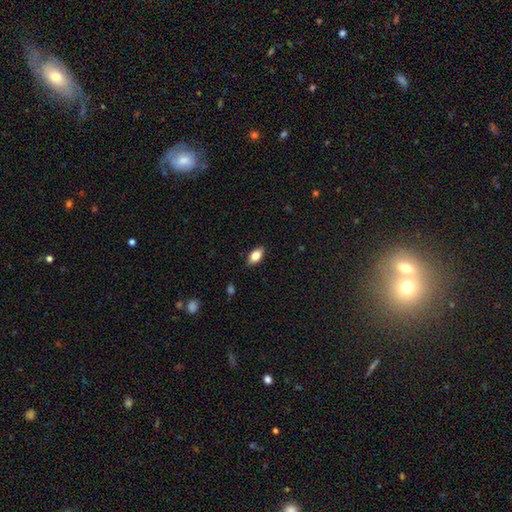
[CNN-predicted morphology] Overall: smooth (80%). How rounded: in between (90%). Merging: none (87%).